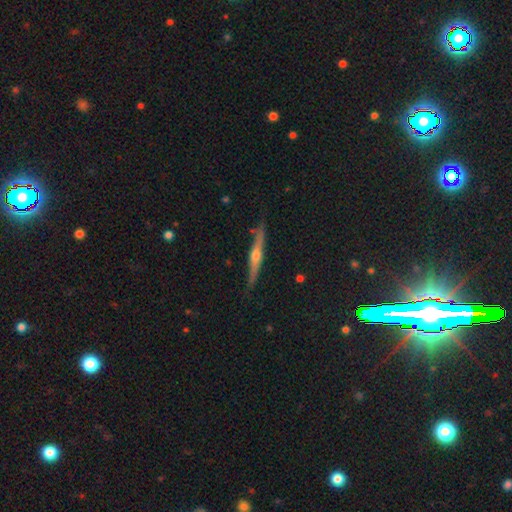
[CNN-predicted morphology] smooth-or-featured: featured or disk: 72% | smooth: 22% | star or artifact: 6%
  disk-edge-on: yes: 97% | no: 3%
    edge-on-bulge: rounded: 91% | none: 6% | boxy: 4%
  merging: none: 84% | minor disturbance: 12% | major disturbance: 2% | merger: 2%